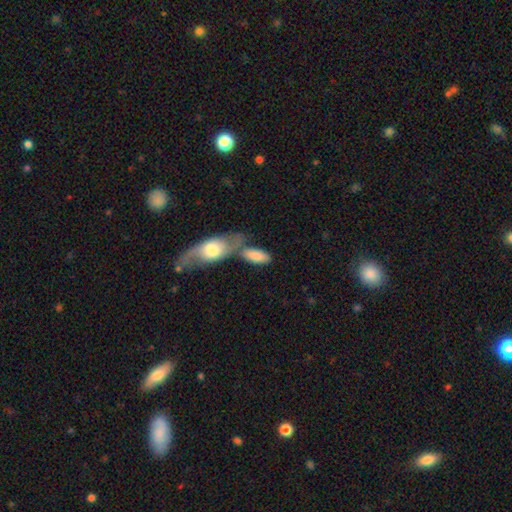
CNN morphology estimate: Q: Smooth or featured?
A: smooth (79%); runner-up: featured or disk (16%)
Q: How rounded?
A: in between (86%); runner-up: cigar-shaped (11%)
Q: Merging?
A: merger (45%); runner-up: none (35%)